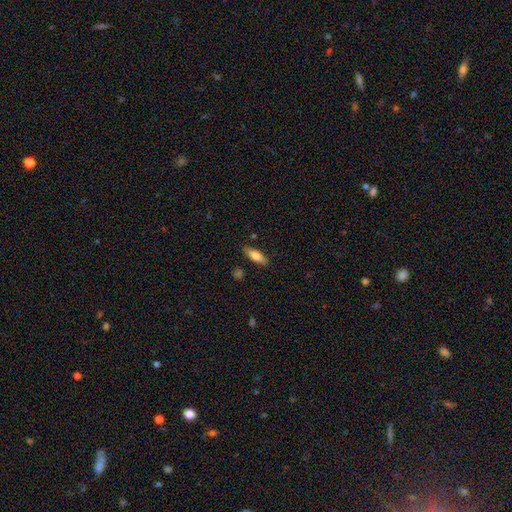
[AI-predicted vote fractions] Overall: smooth (70%). How rounded: in between (55%; cigar-shaped 43%). Merging: none (84%).